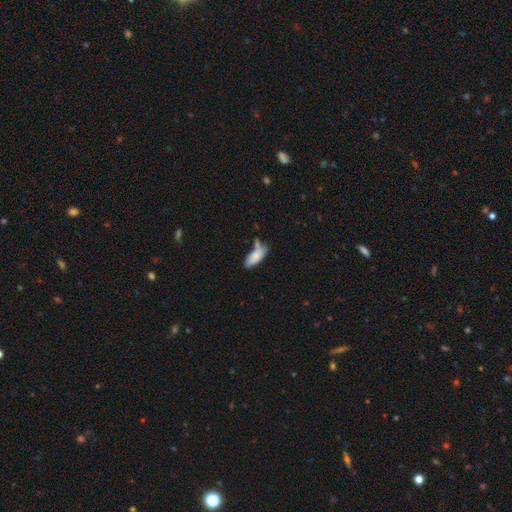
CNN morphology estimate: A smooth galaxy with no disk features (78%) that is in between round and cigar-shaped (79%). Merging: none (49%).